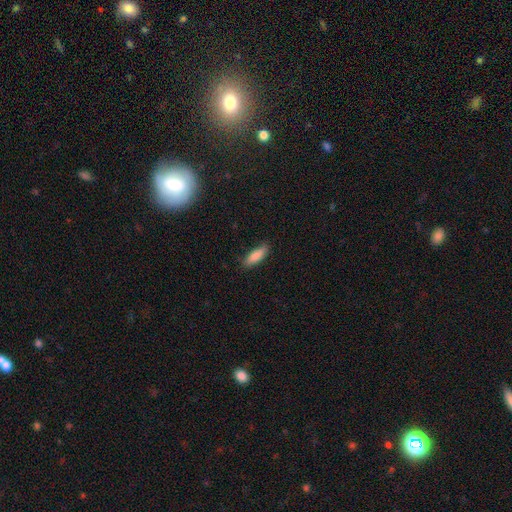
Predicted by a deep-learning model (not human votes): smooth-or-featured: smooth: 86% | featured or disk: 8% | star or artifact: 6%
  how-rounded: in between: 51% | cigar-shaped: 47% | round: 2%
  merging: none: 83% | minor disturbance: 14% | major disturbance: 2% | merger: 1%